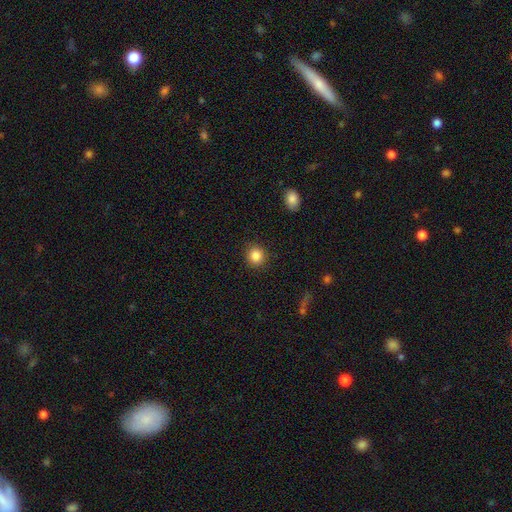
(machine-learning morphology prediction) smooth_or_featured: smooth (p=0.85) [alt: star or artifact p=0.10]
how_rounded: round (p=0.90) [alt: in between p=0.09]
merging: none (p=0.91) [alt: minor disturbance p=0.06]